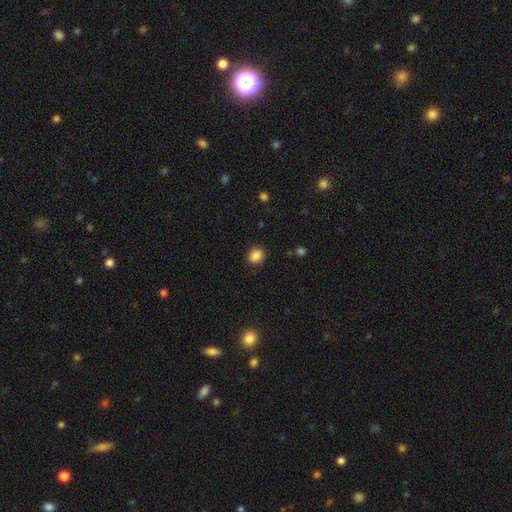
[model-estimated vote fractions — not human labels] Smooth or featured? smooth (87%)
How rounded? round (60%)
Merging? none (87%)